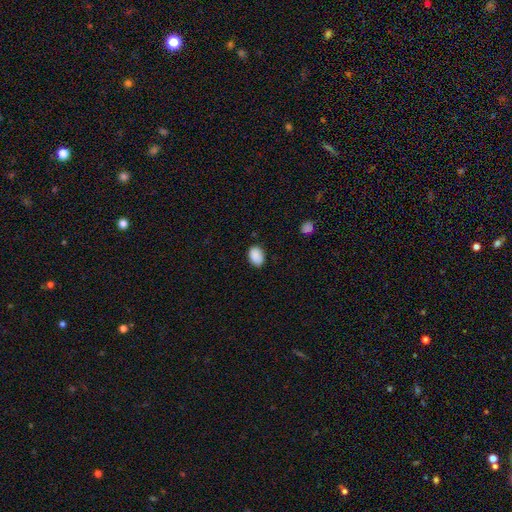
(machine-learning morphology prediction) Smooth or featured? smooth (90%)
How rounded? in between (81%)
Merging? none (84%)